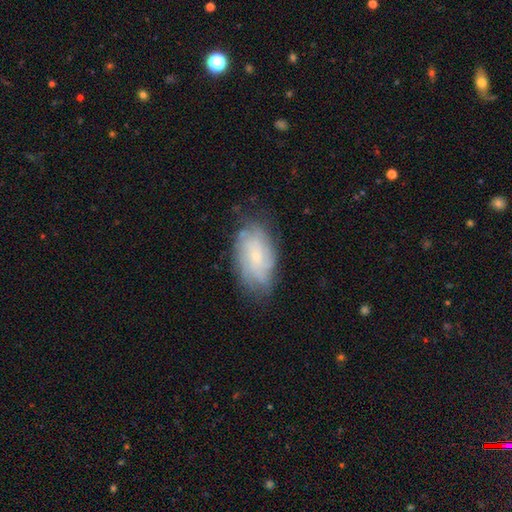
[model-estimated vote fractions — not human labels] Overall: featured or disk (60%; smooth 32%). Edge-on disk: no (94%). Bar: no (73%). Spiral arms: yes (85%). Bulge size: small (73%). Merging: none (73%).